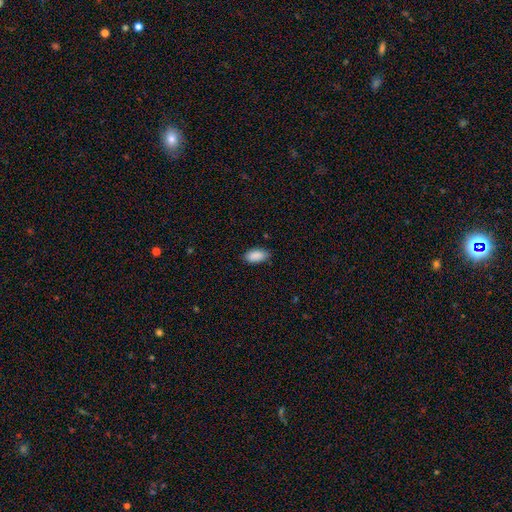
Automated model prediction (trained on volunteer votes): smooth 89%, star or artifact 7%, featured or disk 4%. Down the decision tree: how rounded — in between (93%); merging — none (76%).